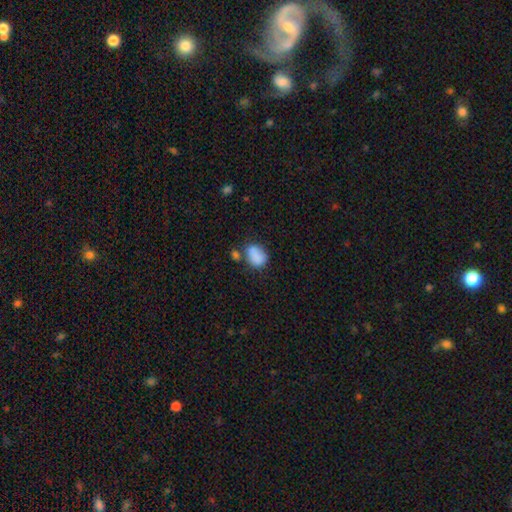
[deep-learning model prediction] Overall: smooth (82%). How rounded: in between (71%). Merging: none (49%; minor disturbance 22%).